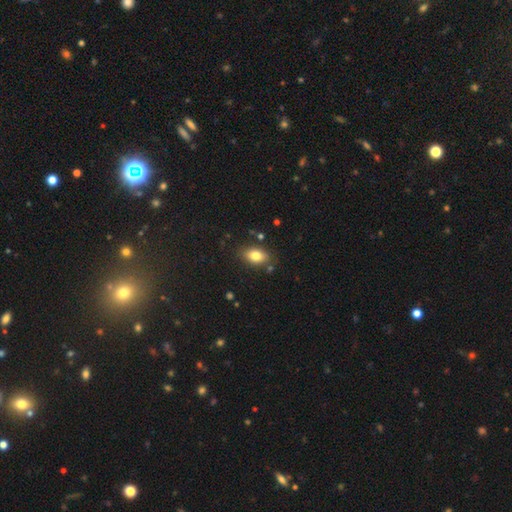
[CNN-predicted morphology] Q: Smooth or featured?
A: smooth (80%); runner-up: featured or disk (11%)
Q: How rounded?
A: in between (85%); runner-up: round (13%)
Q: Merging?
A: none (81%); runner-up: minor disturbance (12%)